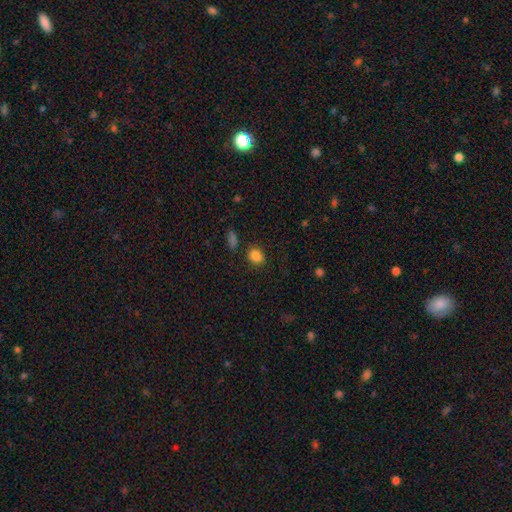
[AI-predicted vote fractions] The model was most divided on "how rounded": round: 51%, in between: 48%, cigar-shaped: 1%. More confident: merging — none (85%); smooth or featured — smooth (85%).